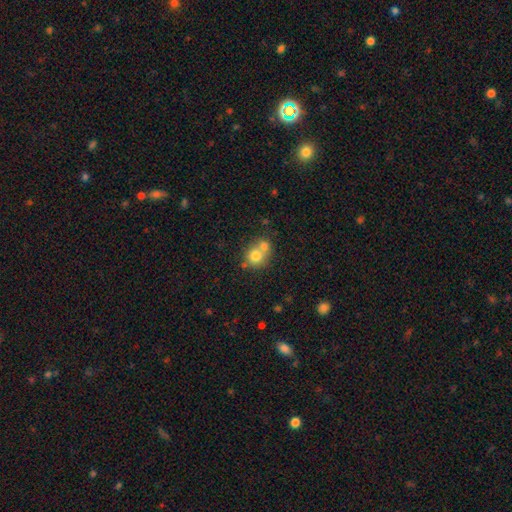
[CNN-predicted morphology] type=smooth (75%); roundness=round (81%); merging=merger (54%).